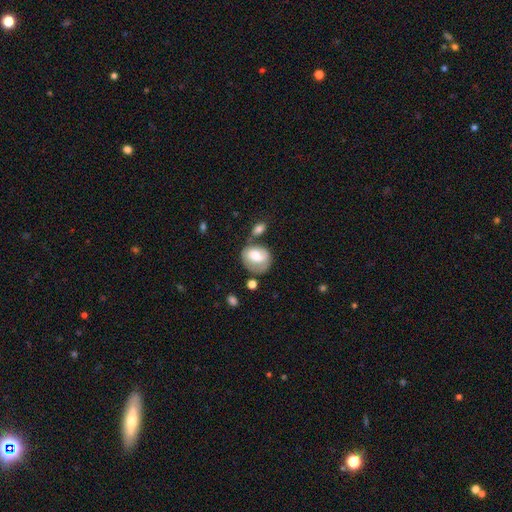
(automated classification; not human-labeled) This appears to be a smooth galaxy with no disk features (57%) that is round (52%). Merging: none (46%).